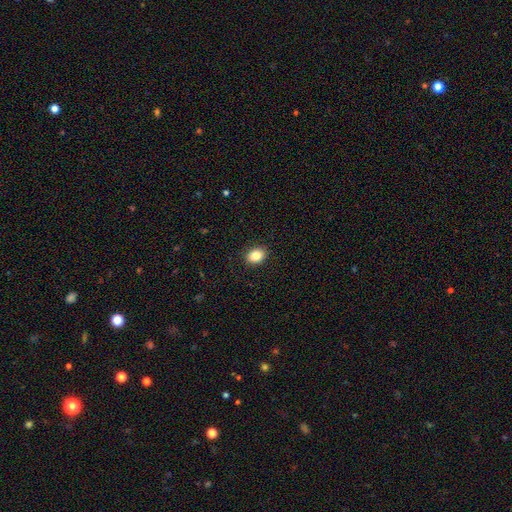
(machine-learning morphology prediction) The model was most divided on "how rounded": in between: 53%, round: 46%, cigar-shaped: 1%. More confident: merging — none (90%); smooth or featured — smooth (85%).